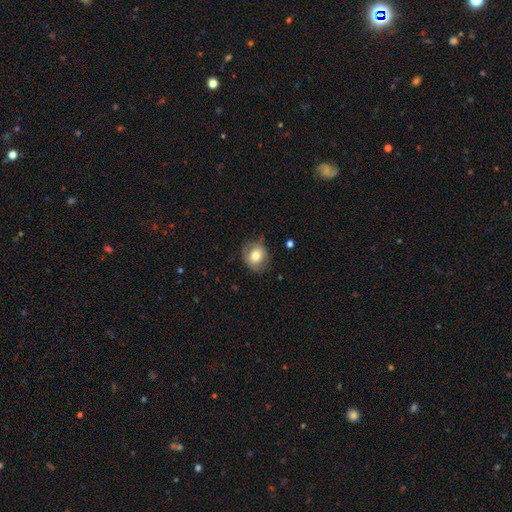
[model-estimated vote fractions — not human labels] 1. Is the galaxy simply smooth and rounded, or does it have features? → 71% smooth, 20% featured or disk, 9% star or artifact.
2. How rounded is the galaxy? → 72% round, 27% in between, 1% cigar-shaped.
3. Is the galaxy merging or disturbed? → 65% none, 25% minor disturbance, 9% major disturbance, 2% merger.